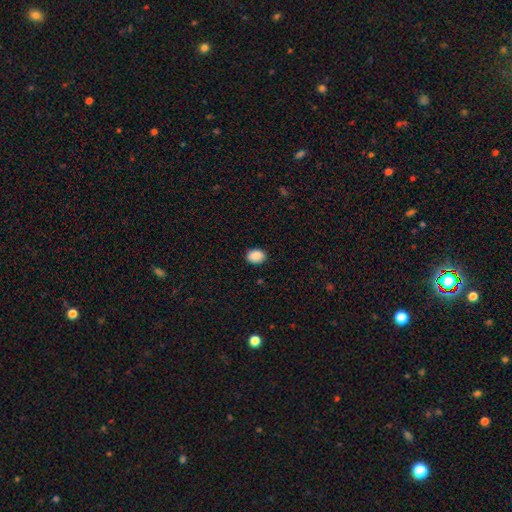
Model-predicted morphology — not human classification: type=smooth (90%); roundness=in between (65%); merging=none (88%).